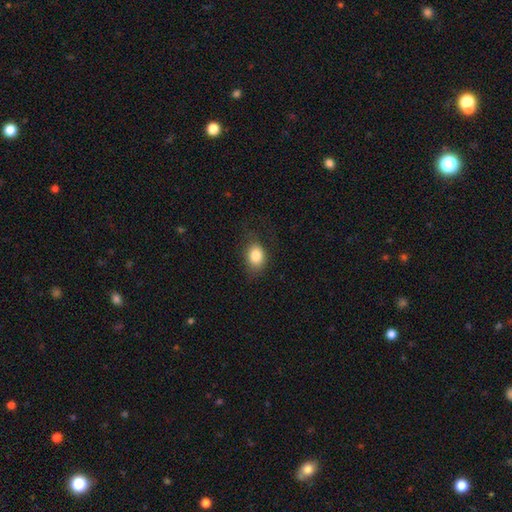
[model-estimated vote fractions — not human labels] This appears to be a smooth galaxy with no disk features (83%) that is in between round and cigar-shaped (70%). Merging: none (73%).